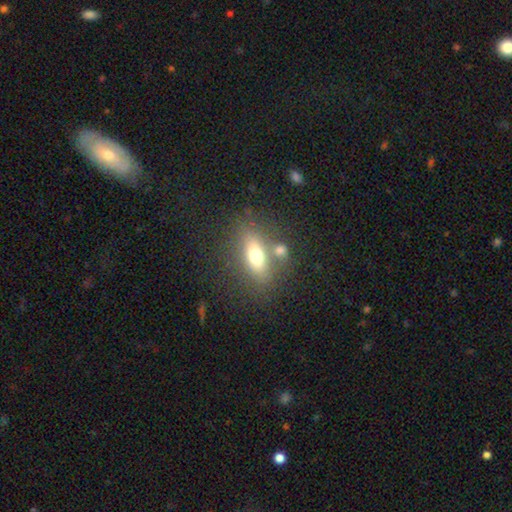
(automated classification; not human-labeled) Overall: smooth (66%). How rounded: in between (73%). Merging: none (64%).